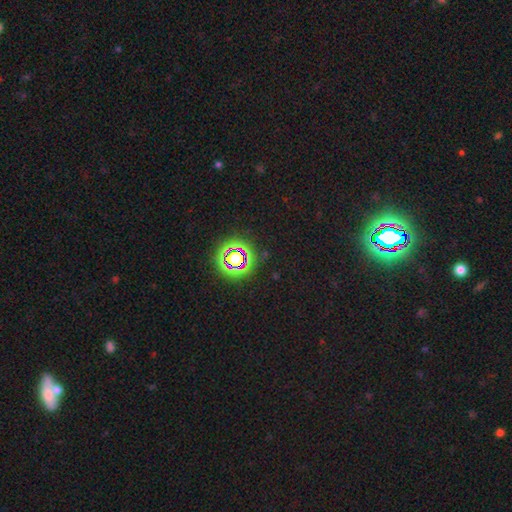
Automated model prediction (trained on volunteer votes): Overall: star or artifact (79%).